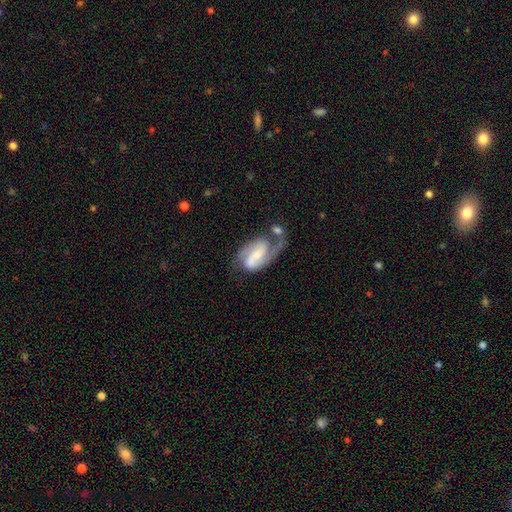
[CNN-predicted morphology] This is clearly a featured or disk galaxy (80%). It is clearly not viewed edge-on (97%). Bar: marginally weak (41%). Spiral arm pattern: clearly yes (94%). Spiral arm count: likely 2 (76%). Spiral winding: possibly medium (48%). Central bulge: marginally small (39%). Merging: marginally none (37%).